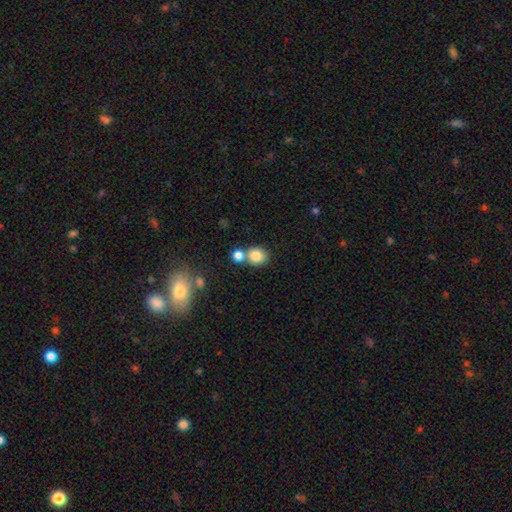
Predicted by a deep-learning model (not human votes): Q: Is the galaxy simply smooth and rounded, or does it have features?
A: smooth — 82%.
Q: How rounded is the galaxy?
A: round — 73%.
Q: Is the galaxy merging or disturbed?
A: none — 56%.